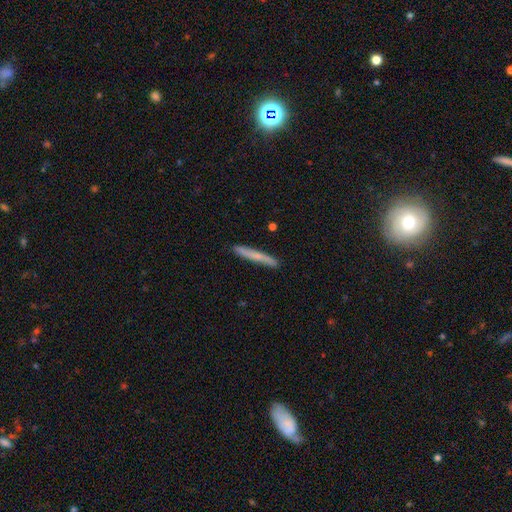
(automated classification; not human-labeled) The model was most divided on "smooth or featured": smooth: 62%, featured or disk: 32%, star or artifact: 6%. More confident: how rounded — cigar-shaped (96%); merging — none (87%).